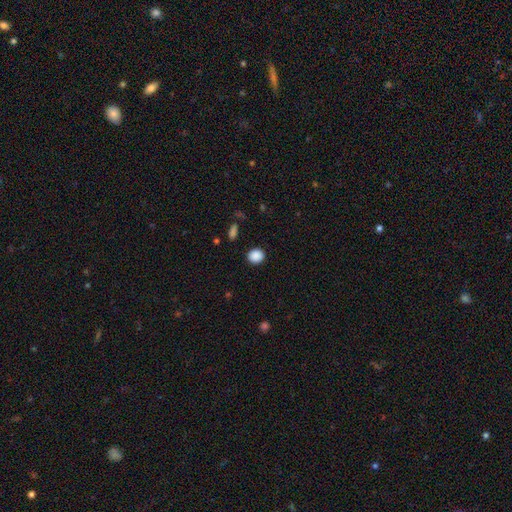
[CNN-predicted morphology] smooth_or_featured: smooth (p=0.88) [alt: star or artifact p=0.09]
how_rounded: round (p=0.78) [alt: in between p=0.21]
merging: none (p=0.90) [alt: minor disturbance p=0.07]